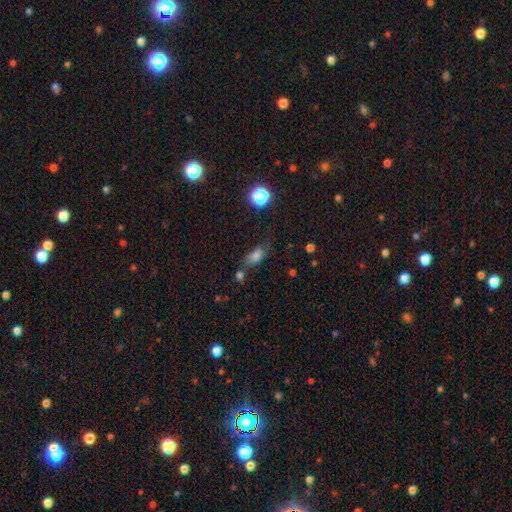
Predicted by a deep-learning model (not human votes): A smooth galaxy with no disk features (73%) that is in between round and cigar-shaped (77%).

Vote fractions:
- Smooth or featured? smooth: 73% / star or artifact: 16% / featured or disk: 11%
- How rounded? in between: 77% / cigar-shaped: 12% / round: 11%
- Merging? none: 49% / minor disturbance: 26% / major disturbance: 13% / merger: 12%